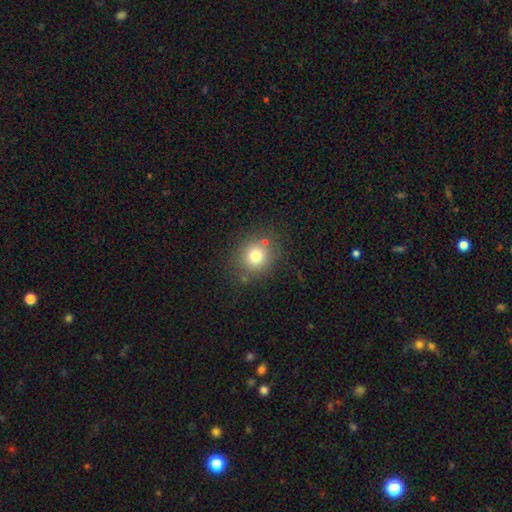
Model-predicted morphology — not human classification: This appears to be a smooth galaxy with no disk features (75%) that is round (82%). Merging: none (78%).